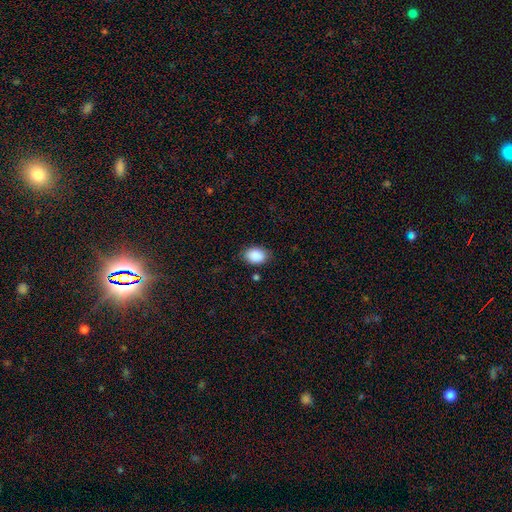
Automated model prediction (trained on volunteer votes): Smooth or featured?
  - smooth: 89% *
  - star or artifact: 7%
  - featured or disk: 4%
How rounded?
  - in between: 83% *
  - round: 16%
  - cigar-shaped: 1%
Merging?
  - none: 81% *
  - minor disturbance: 14%
  - major disturbance: 3%
  - merger: 2%